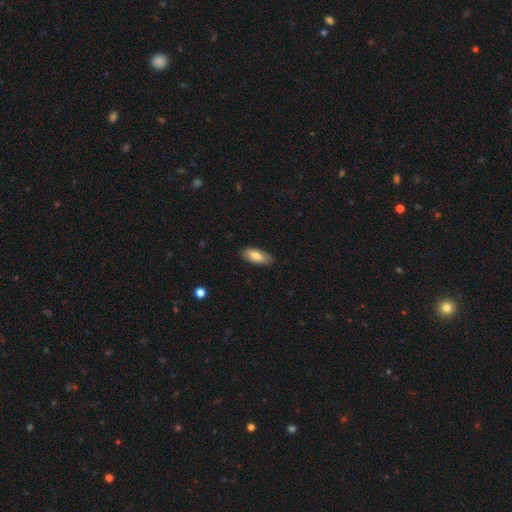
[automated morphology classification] type=smooth (78%); roundness=in between (82%); merging=none (84%).